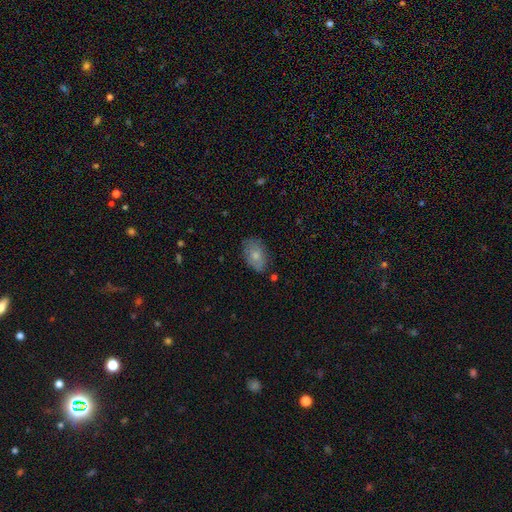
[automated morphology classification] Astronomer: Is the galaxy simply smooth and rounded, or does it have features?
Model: smooth — 73%.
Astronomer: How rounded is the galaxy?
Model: in between — 87%.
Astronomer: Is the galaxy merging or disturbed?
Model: none — 75%.